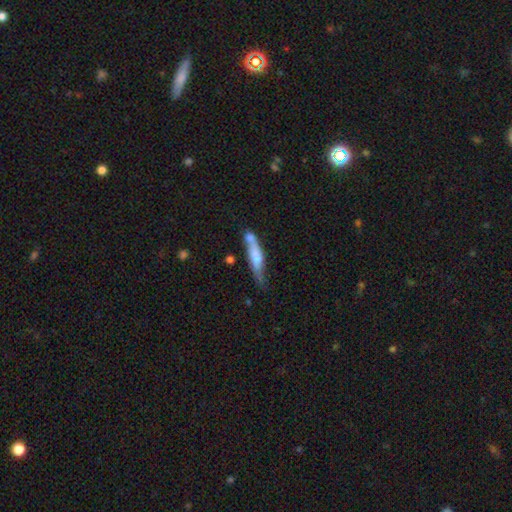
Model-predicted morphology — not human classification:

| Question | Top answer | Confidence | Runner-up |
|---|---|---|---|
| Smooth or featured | smooth | 60% | featured or disk (33%) |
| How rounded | cigar-shaped | 80% | in between (18%) |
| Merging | none | 44% | minor disturbance (25%) |